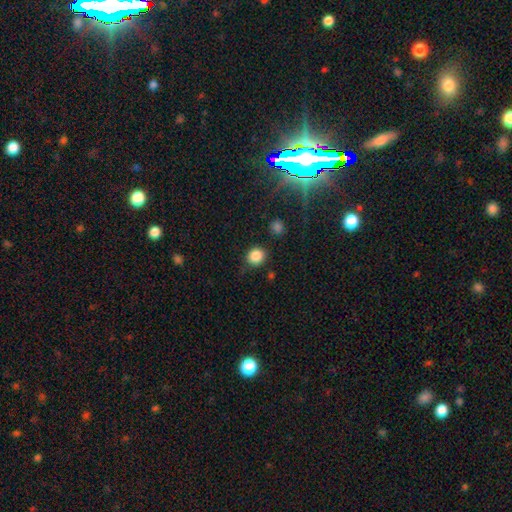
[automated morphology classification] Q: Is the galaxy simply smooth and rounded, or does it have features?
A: smooth — 85%.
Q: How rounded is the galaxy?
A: round — 81%.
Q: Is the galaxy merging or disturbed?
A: none — 83%.